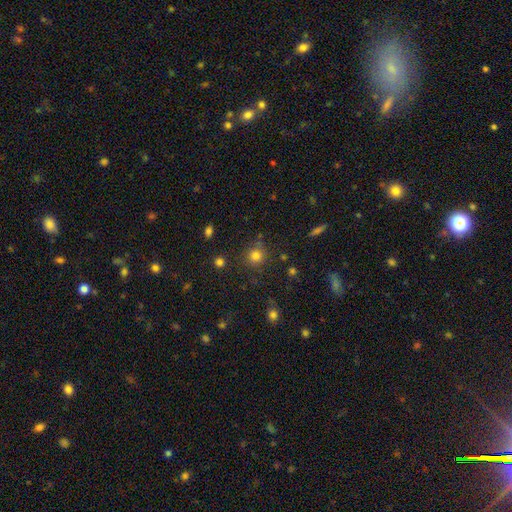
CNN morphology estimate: type=smooth (79%); roundness=round (90%); merging=none (78%).